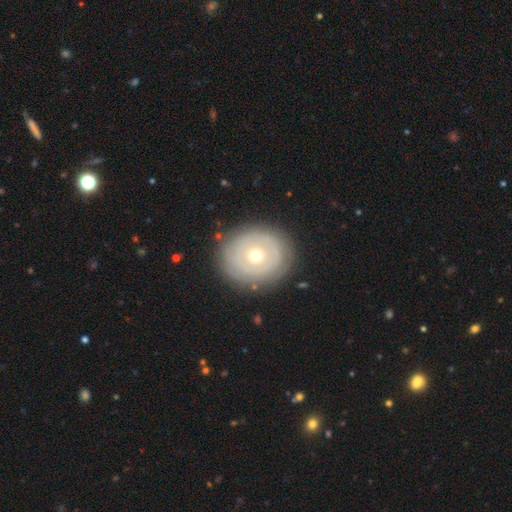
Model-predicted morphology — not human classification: smooth-or-featured: featured or disk: 56% | smooth: 38% | star or artifact: 6%
  disk-edge-on: no: 96% | yes: 4%
    bar: no: 89% | weak: 8% | strong: 3%
    has-spiral-arms: no: 70% | yes: 30%
    bulge-size: moderate: 53% | small: 43% | large: 2% | dominant: 1% | none: 1%
  merging: none: 83% | minor disturbance: 11% | major disturbance: 4% | merger: 1%